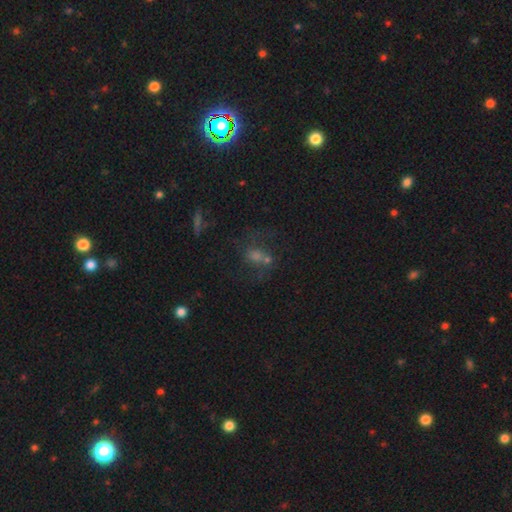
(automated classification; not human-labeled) This is marginally a smooth galaxy (38%). Merging: marginally none (42%).